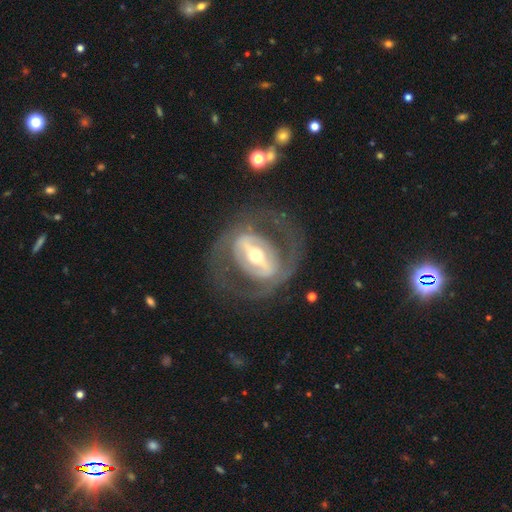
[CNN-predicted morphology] Smooth or featured?
  - featured or disk: 82% *
  - smooth: 13%
  - star or artifact: 6%
Edge-on disk?
  - no: 91% *
  - yes: 9%
Bar?
  - strong: 66% *
  - weak: 22%
  - no: 12%
Spiral arms?
  - no: 52% *
  - yes: 48%
Bulge size?
  - moderate: 60% *
  - small: 29%
  - large: 9%
  - dominant: 1%
  - none: 1%
Merging?
  - none: 67% *
  - major disturbance: 18%
  - minor disturbance: 12%
  - merger: 2%